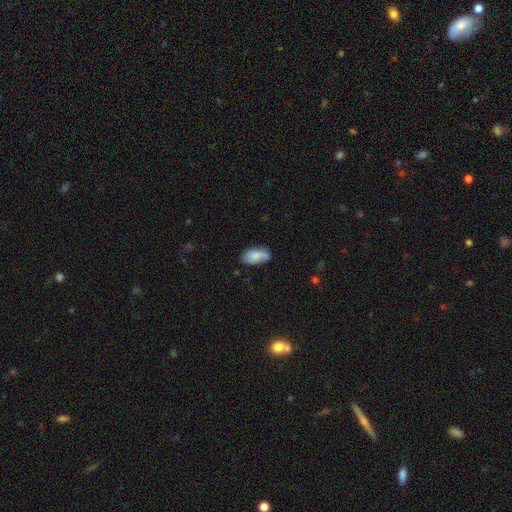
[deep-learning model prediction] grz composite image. It shows a smooth galaxy with no disk features (78%) that is in between round and cigar-shaped (93%). Merging: none (60%).